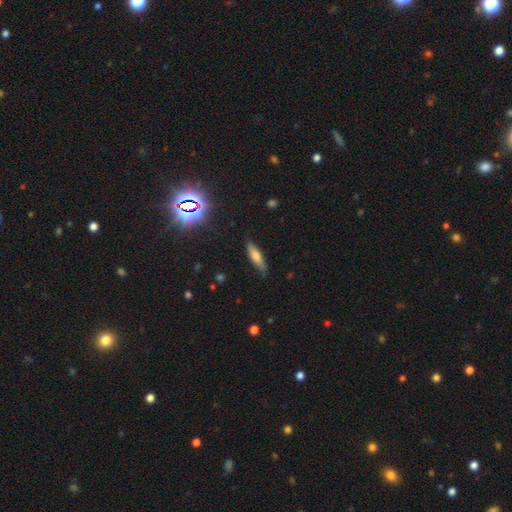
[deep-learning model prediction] Overall: smooth (60%; featured or disk 30%). How rounded: cigar-shaped (65%; in between 32%). Merging: none (82%).